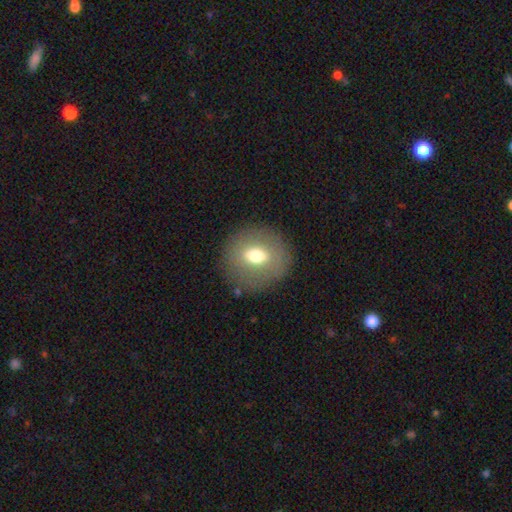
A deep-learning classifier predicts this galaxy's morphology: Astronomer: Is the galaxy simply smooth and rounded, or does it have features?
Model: smooth — 59%.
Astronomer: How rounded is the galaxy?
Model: round — 74%.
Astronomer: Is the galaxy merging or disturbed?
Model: none — 84%.